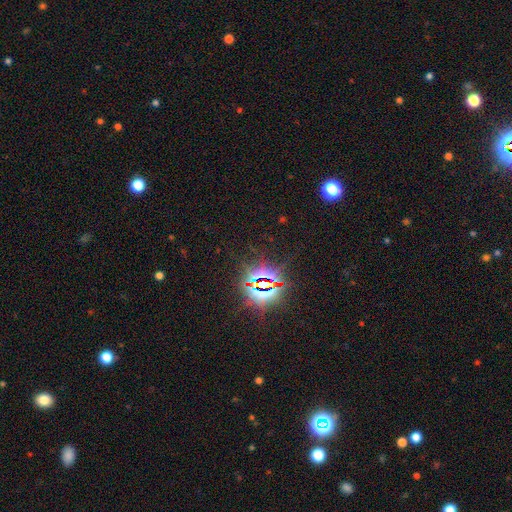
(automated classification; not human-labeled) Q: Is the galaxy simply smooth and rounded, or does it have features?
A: star or artifact — 83%.